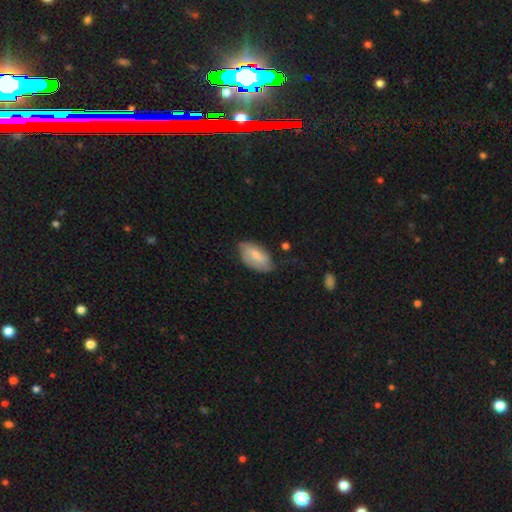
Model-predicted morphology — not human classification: Q: Smooth or featured?
A: smooth (63%); runner-up: featured or disk (31%)
Q: How rounded?
A: in between (93%); runner-up: round (4%)
Q: Merging?
A: none (60%); runner-up: minor disturbance (31%)